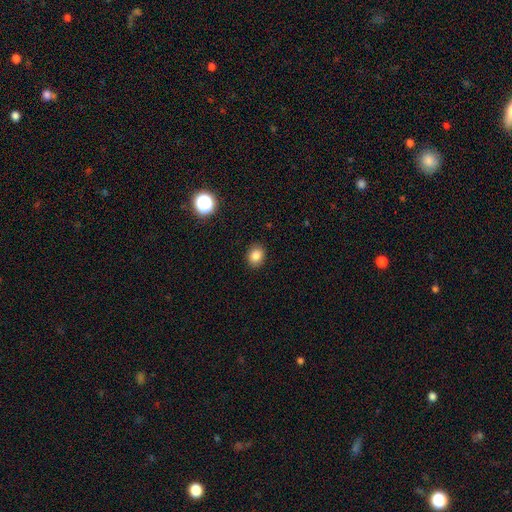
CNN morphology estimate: Smooth or featured?
  - smooth: 84% *
  - star or artifact: 11%
  - featured or disk: 5%
How rounded?
  - round: 60% *
  - in between: 39%
  - cigar-shaped: 1%
Merging?
  - none: 90% *
  - minor disturbance: 7%
  - major disturbance: 2%
  - merger: 1%